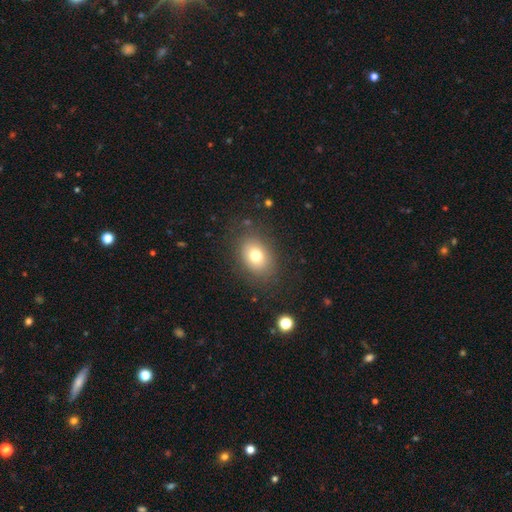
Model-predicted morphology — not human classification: Smooth or featured? smooth (75%)
How rounded? in between (72%)
Merging? none (81%)